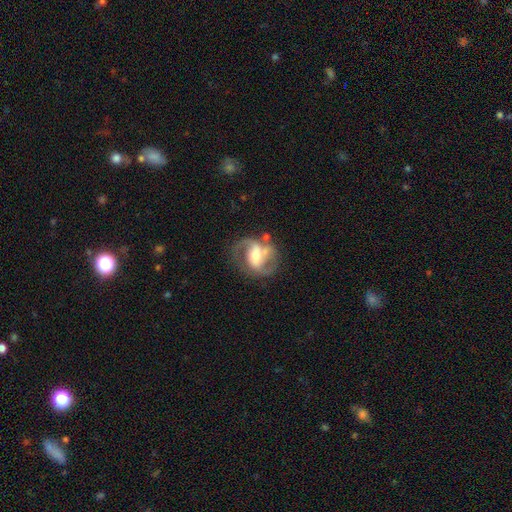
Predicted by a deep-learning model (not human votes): Smooth or featured? Predicted: featured or disk (p=0.81). Edge-on disk? Predicted: no (p=0.97). Bar? Predicted: weak (p=0.40). Spiral arms? Predicted: yes (p=0.90). Spiral winding? Predicted: medium (p=0.51). Spiral arm count? Predicted: 2 (p=0.76). Bulge size? Predicted: moderate (p=0.59). Merging? Predicted: none (p=0.57).